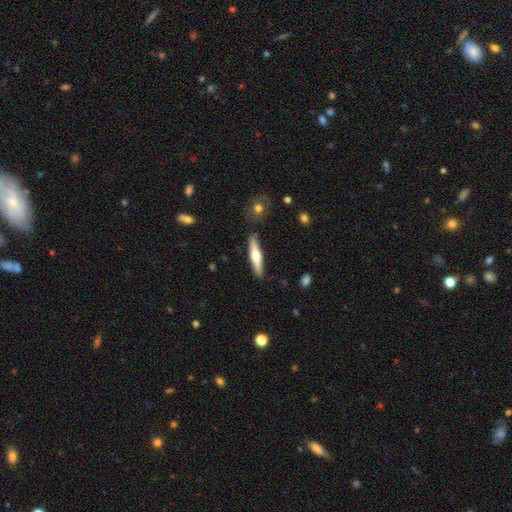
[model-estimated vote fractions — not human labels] smooth-or-featured: featured or disk: 55% | smooth: 40% | star or artifact: 5%
  disk-edge-on: yes: 95% | no: 5%
    edge-on-bulge: rounded: 93% | none: 4% | boxy: 3%
  merging: none: 89% | minor disturbance: 8% | major disturbance: 2% | merger: 2%